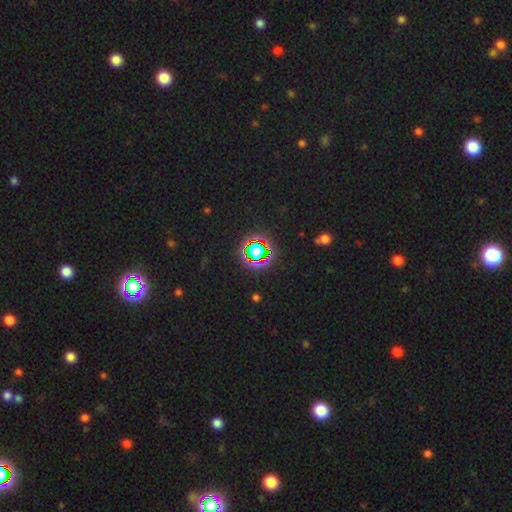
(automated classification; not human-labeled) Overall: star or artifact (68%).